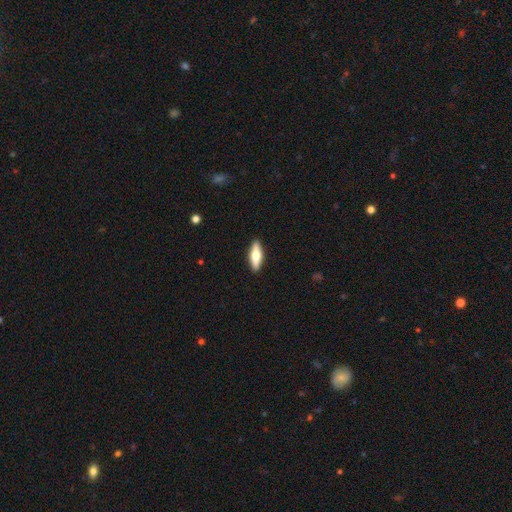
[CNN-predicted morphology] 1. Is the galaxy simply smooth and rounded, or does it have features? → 51% smooth, 43% featured or disk, 6% star or artifact.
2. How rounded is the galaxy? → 50% in between, 47% cigar-shaped, 3% round.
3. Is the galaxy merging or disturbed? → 91% none, 7% minor disturbance, 2% major disturbance, 1% merger.